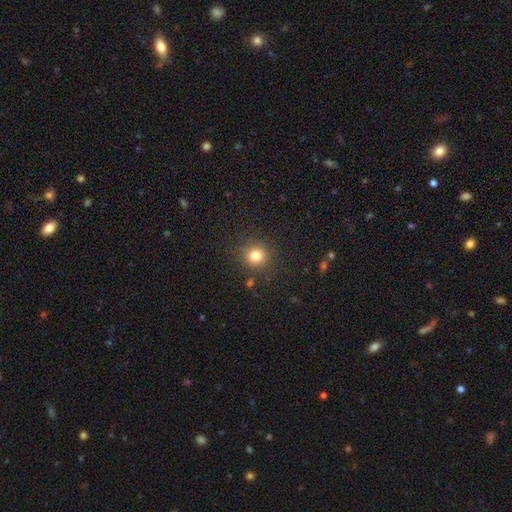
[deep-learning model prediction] This is clearly a smooth galaxy (80%). How rounded: clearly round (91%). Merging: clearly none (86%).